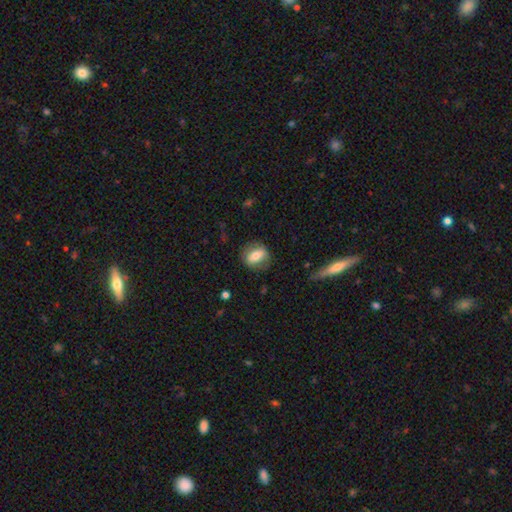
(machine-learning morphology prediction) smooth-or-featured: smooth: 67% | featured or disk: 25% | star or artifact: 8%
  how-rounded: in between: 54% | round: 42% | cigar-shaped: 4%
  merging: none: 81% | minor disturbance: 13% | major disturbance: 5% | merger: 1%